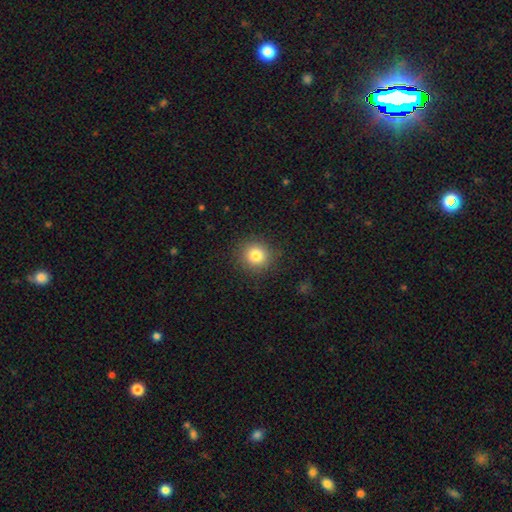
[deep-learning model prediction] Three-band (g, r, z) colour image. It shows a smooth galaxy with no disk features (82%) that is round (90%). Merging: none (89%).